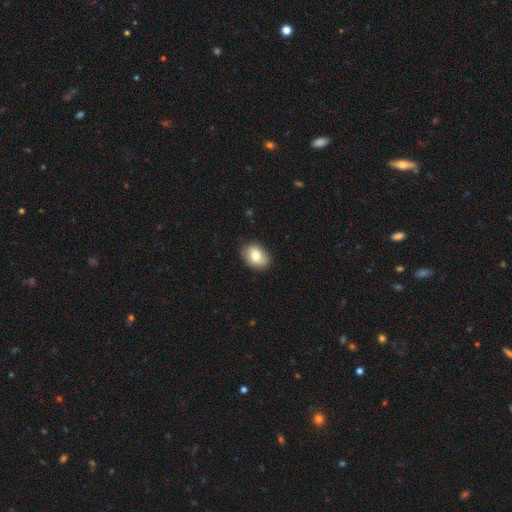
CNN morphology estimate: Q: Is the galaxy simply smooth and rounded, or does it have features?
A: smooth — 80%.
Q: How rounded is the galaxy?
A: in between — 75%.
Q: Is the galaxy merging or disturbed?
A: none — 86%.